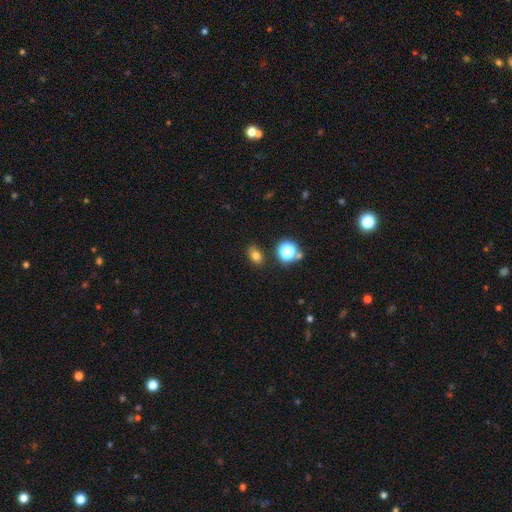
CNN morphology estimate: A smooth galaxy with no disk features (75%) that is in between round and cigar-shaped (70%). Merging: none (84%).